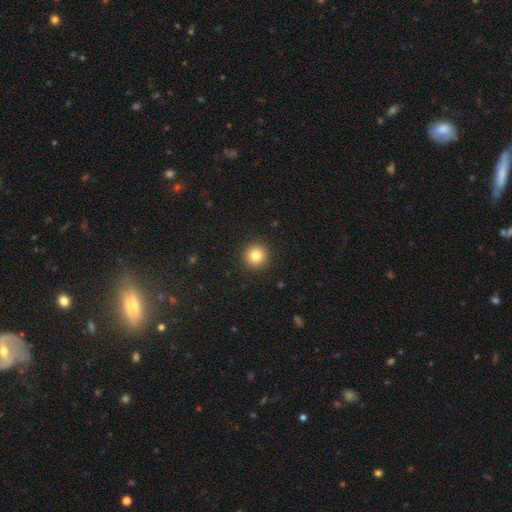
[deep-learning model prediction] Smooth or featured? Predicted: smooth (p=0.82). How rounded? Predicted: round (p=0.95). Merging? Predicted: none (p=0.92).